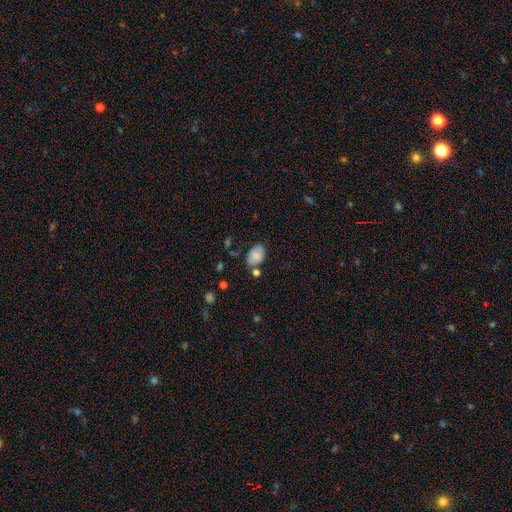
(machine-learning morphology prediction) smooth 80%, featured or disk 12%, star or artifact 8%. Down the decision tree: how rounded — in between (85%); merging — none (62%).